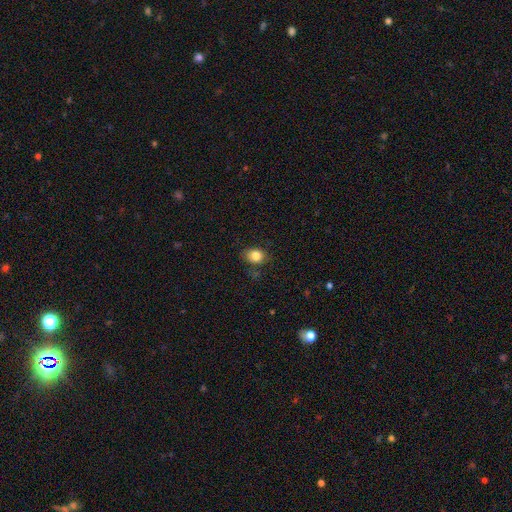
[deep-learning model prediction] Smooth or featured: smooth — 83% (star or artifact — 10%)
How rounded: in between — 59% (round — 39%)
Merging: none — 74% (minor disturbance — 19%)